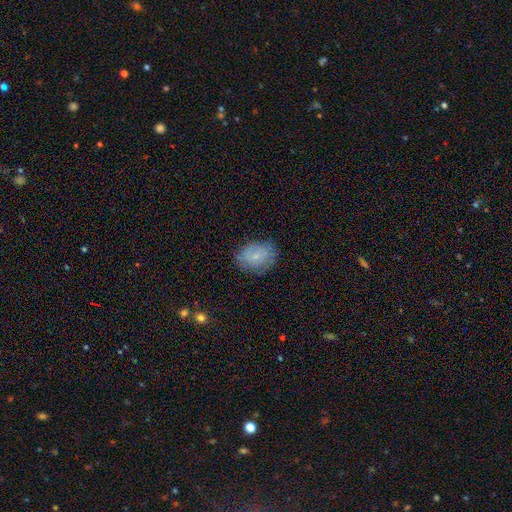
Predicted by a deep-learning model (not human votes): smooth 61%, featured or disk 30%, star or artifact 9%. Down the decision tree: how rounded — in between (66%); merging — none (72%).